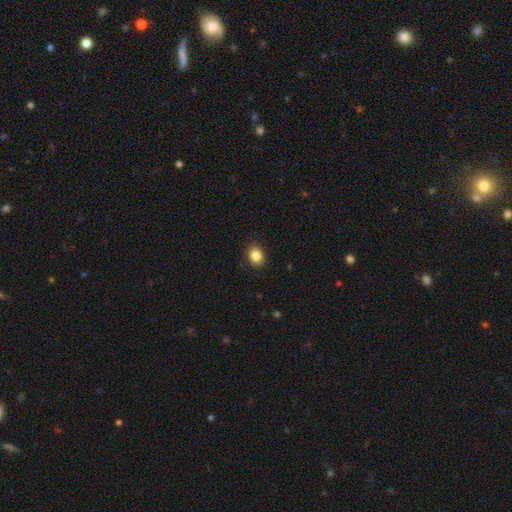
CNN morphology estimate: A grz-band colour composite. It shows a smooth galaxy with no disk features (86%) that is in between round and cigar-shaped (56%). Merging: none (90%).